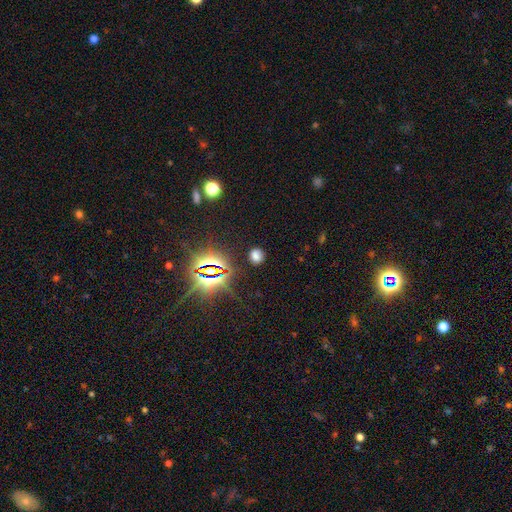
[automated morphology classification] This appears to be a smooth galaxy with no disk features (63%) that is round (65%). Merging: none (86%).